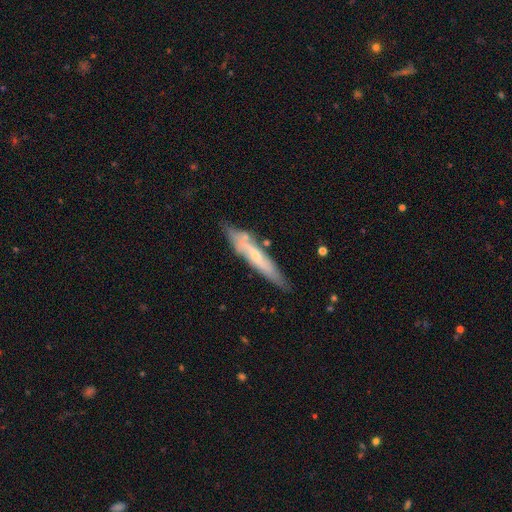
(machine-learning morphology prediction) Q: Smooth or featured?
A: featured or disk (52%); runner-up: smooth (43%)
Q: Edge-on disk?
A: yes (59%); runner-up: no (41%)
Q: Merging?
A: none (65%); runner-up: minor disturbance (21%)